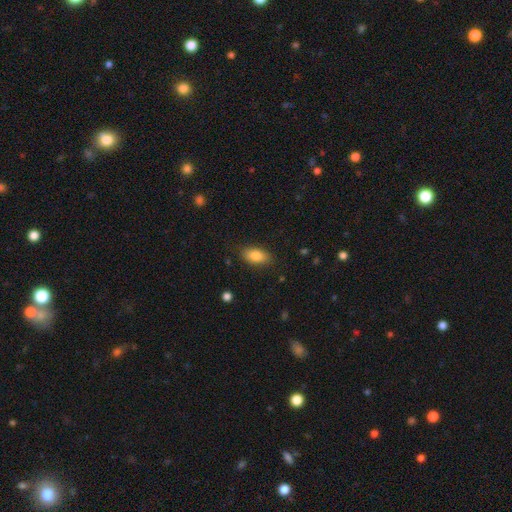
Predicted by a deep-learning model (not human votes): smooth-or-featured: smooth: 84% | featured or disk: 9% | star or artifact: 8%
  how-rounded: in between: 89% | cigar-shaped: 6% | round: 5%
  merging: none: 84% | minor disturbance: 12% | major disturbance: 3% | merger: 1%